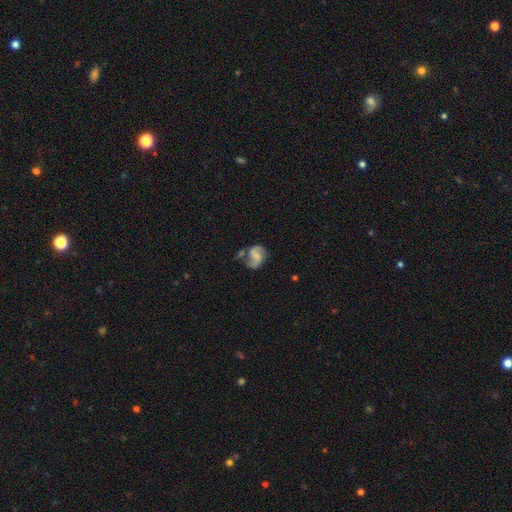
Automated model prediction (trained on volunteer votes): Overall: featured or disk (75%). Edge-on disk: no (98%). Bar: no (48%; weak 42%). Spiral arms: yes (93%). Spiral arm count: 2 (88%). Spiral winding: medium (47%; loose 36%). Bulge size: small (46%; moderate 32%). Merging: none (52%; minor disturbance 22%).